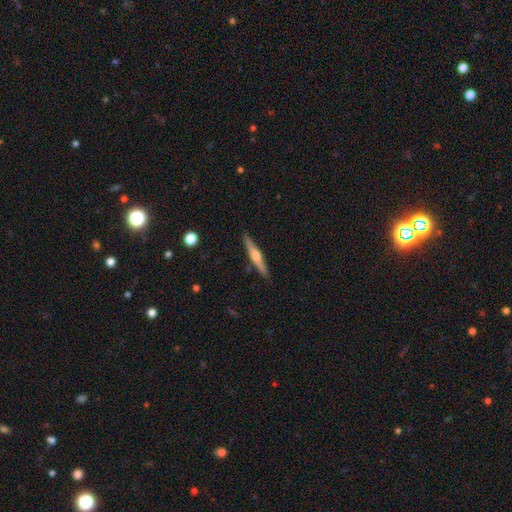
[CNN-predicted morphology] A featured or disk galaxy (70%) viewed edge-on (98%) with a rounded central bulge (82%). Merging: none (91%).